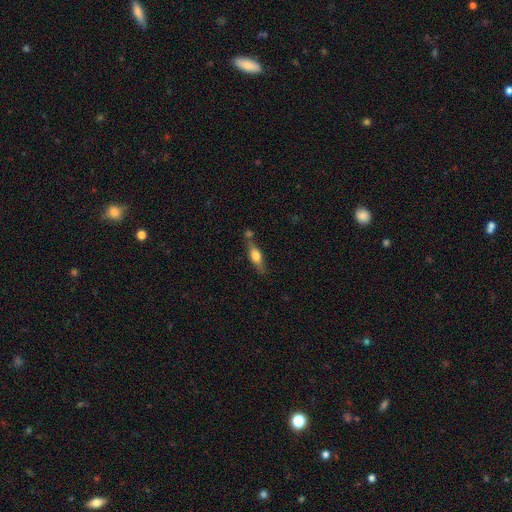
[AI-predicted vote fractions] Q: Smooth or featured?
A: smooth (55%); runner-up: featured or disk (38%)
Q: How rounded?
A: cigar-shaped (50%); runner-up: in between (46%)
Q: Merging?
A: none (60%); runner-up: minor disturbance (18%)